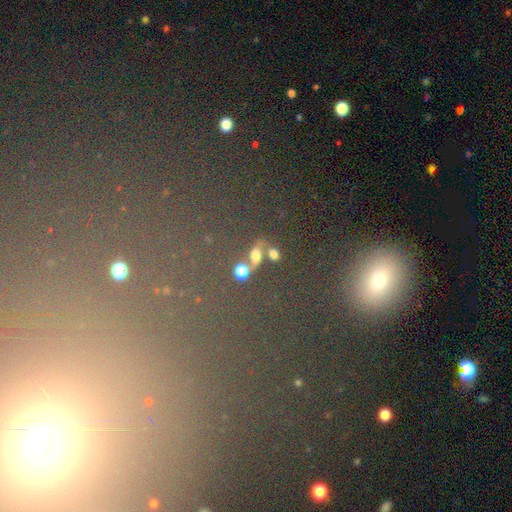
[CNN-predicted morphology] smooth 55%, star or artifact 23%, featured or disk 21%. Down the decision tree: how rounded — in between (64%); merging — none (57%).